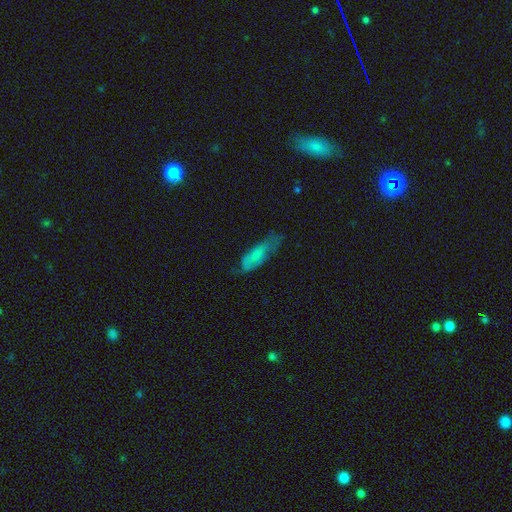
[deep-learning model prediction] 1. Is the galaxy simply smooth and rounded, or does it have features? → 66% smooth, 27% featured or disk, 7% star or artifact.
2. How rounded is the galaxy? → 61% in between, 37% cigar-shaped, 2% round.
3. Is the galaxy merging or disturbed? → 46% none, 35% minor disturbance, 17% major disturbance, 2% merger.